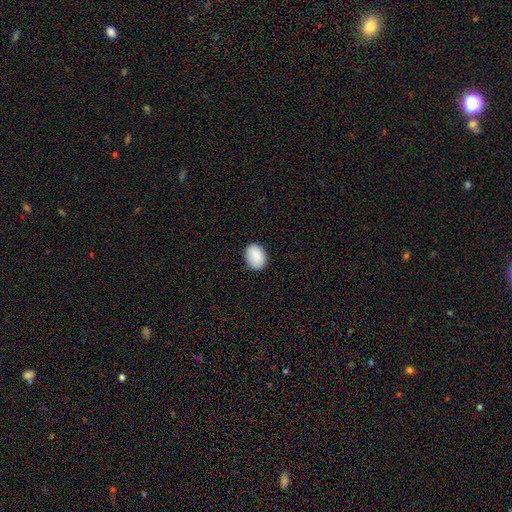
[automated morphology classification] Smooth or featured: smooth — 90% (star or artifact — 7%)
How rounded: in between — 74% (round — 25%)
Merging: none — 87% (minor disturbance — 10%)